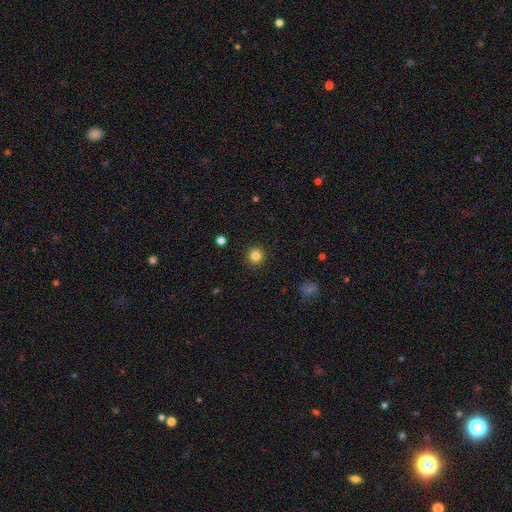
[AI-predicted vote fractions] Smooth or featured?
  - smooth: 83% *
  - star or artifact: 12%
  - featured or disk: 5%
How rounded?
  - round: 94% *
  - in between: 5%
  - cigar-shaped: 1%
Merging?
  - none: 92% *
  - minor disturbance: 5%
  - major disturbance: 2%
  - merger: 1%